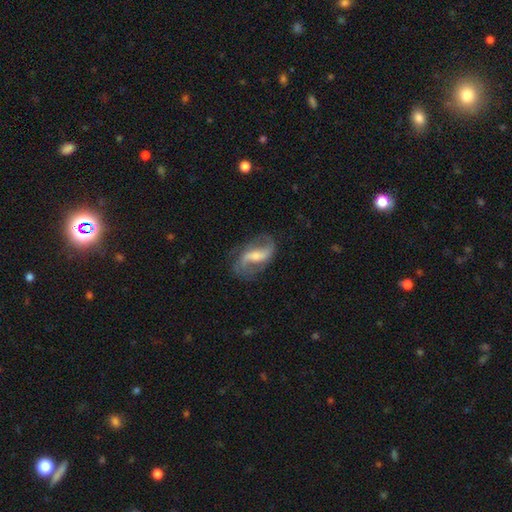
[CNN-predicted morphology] Q: Smooth or featured?
A: featured or disk (82%); runner-up: smooth (12%)
Q: Edge-on disk?
A: no (96%); runner-up: yes (4%)
Q: Bar?
A: weak (42%); runner-up: strong (36%)
Q: Spiral arms?
A: yes (94%); runner-up: no (6%)
Q: Spiral winding?
A: loose (55%); runner-up: medium (35%)
Q: Spiral arm count?
A: 2 (87%); runner-up: can't tell (4%)
Q: Bulge size?
A: moderate (43%); runner-up: small (36%)
Q: Merging?
A: none (67%); runner-up: minor disturbance (18%)